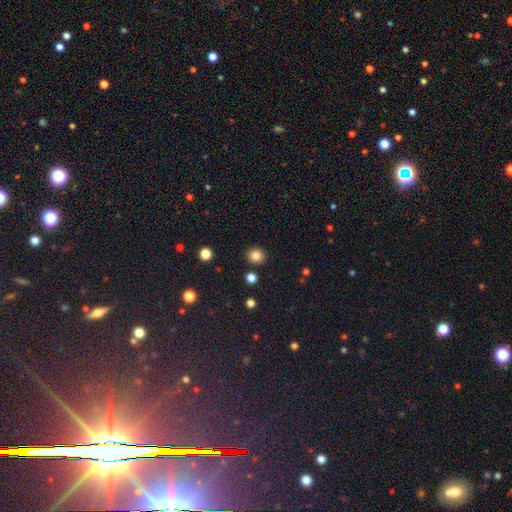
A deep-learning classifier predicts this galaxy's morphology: The model was most divided on "smooth or featured": smooth: 83%, star or artifact: 12%, featured or disk: 5%. More confident: merging — none (90%); how rounded — round (88%).